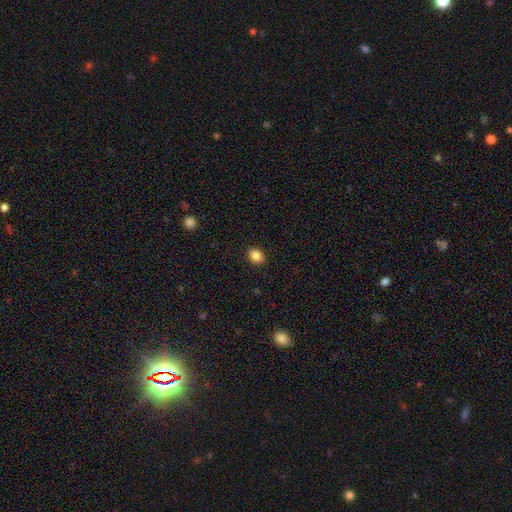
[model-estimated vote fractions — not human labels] Morphology: type=smooth (85%); roundness=in between (51%); merging=none (89%).